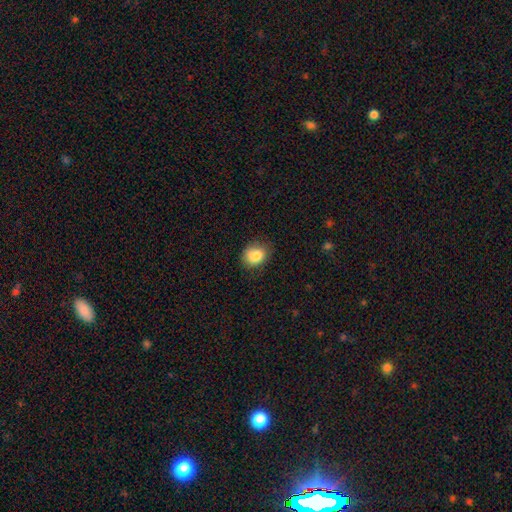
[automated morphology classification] Smooth or featured? smooth (85%)
How rounded? round (53%)
Merging? none (73%)